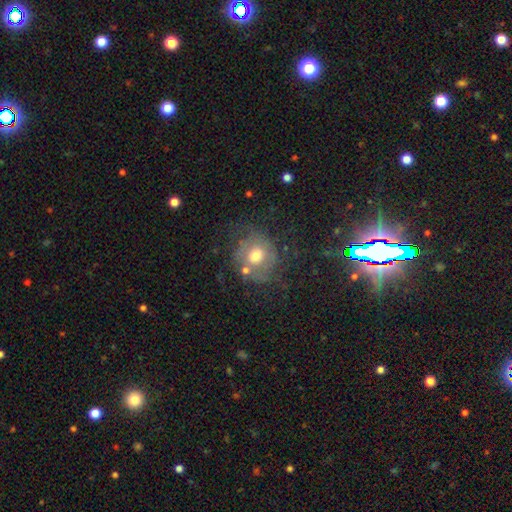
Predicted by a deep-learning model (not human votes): Overall: smooth (45%; featured or disk 44%). Merging: none (57%; minor disturbance 20%).